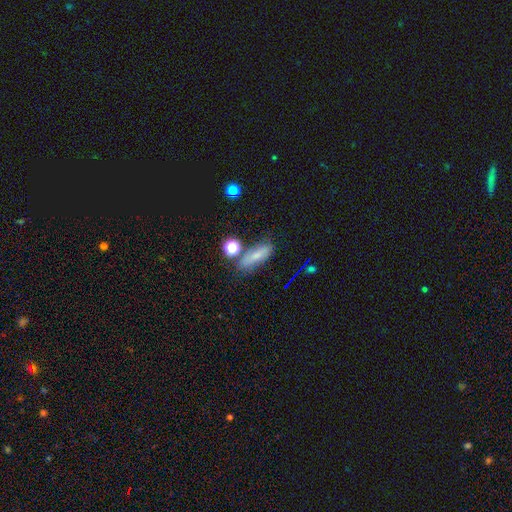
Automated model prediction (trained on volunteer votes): smooth 67%, featured or disk 19%, star or artifact 14%. Down the decision tree: how rounded — in between (59%); merging — none (65%).